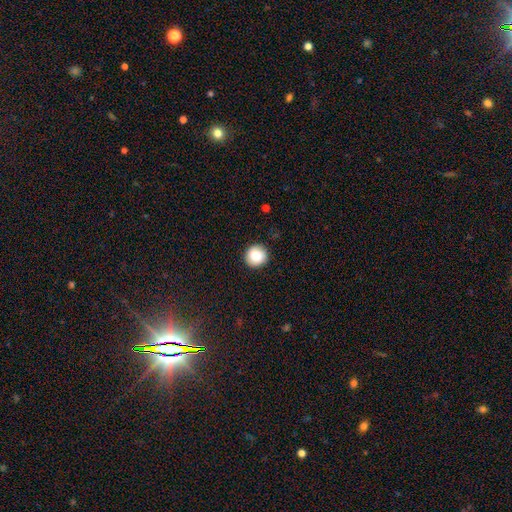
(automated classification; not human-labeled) Morphology: type=smooth (84%); roundness=round (94%); merging=none (91%).